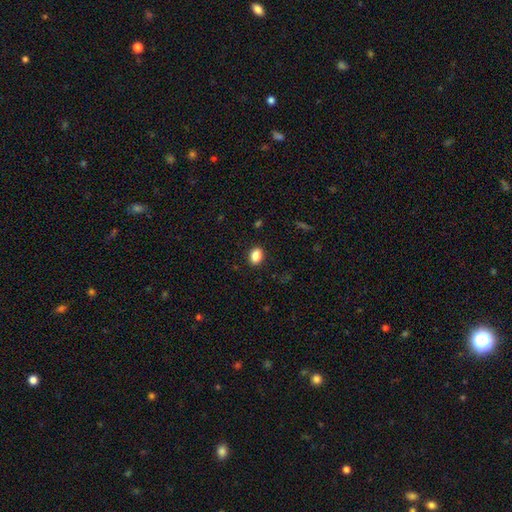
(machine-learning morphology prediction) Smooth or featured? Predicted: smooth (p=0.87). How rounded? Predicted: in between (p=0.75). Merging? Predicted: none (p=0.89).